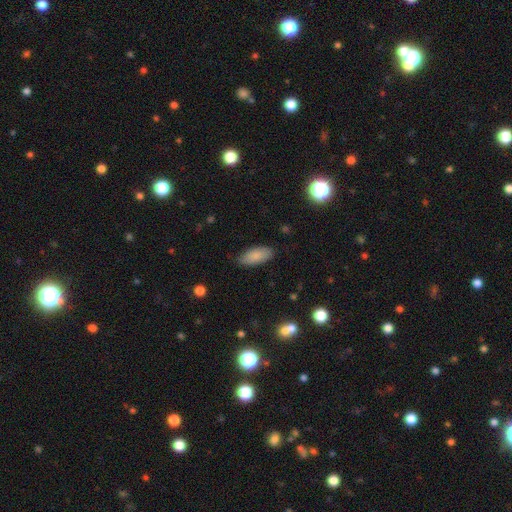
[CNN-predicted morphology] type=smooth (84%); roundness=in between (87%); merging=none (81%).